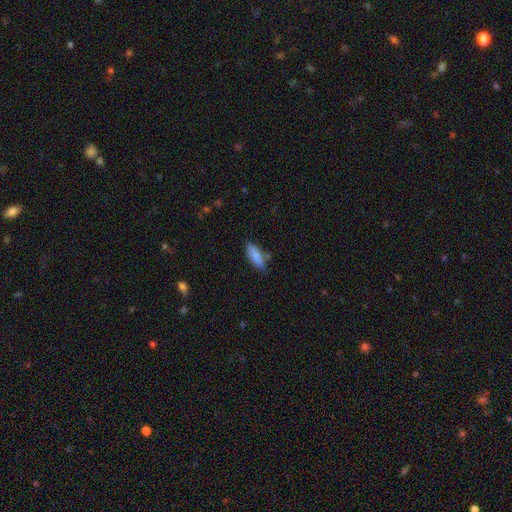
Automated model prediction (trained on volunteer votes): Smooth or featured?
  - smooth: 87% *
  - featured or disk: 7%
  - star or artifact: 7%
How rounded?
  - in between: 62% *
  - cigar-shaped: 36%
  - round: 2%
Merging?
  - none: 71% *
  - minor disturbance: 20%
  - merger: 5%
  - major disturbance: 4%